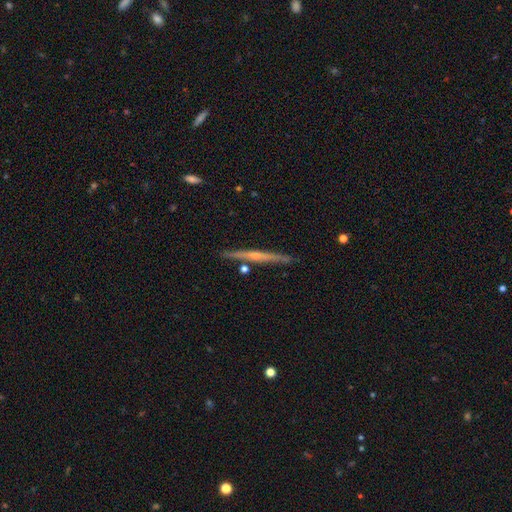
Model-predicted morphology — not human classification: This appears to be a featured or disk galaxy (66%) viewed edge-on (98%) with no central bulge (49%). Merging: none (88%).